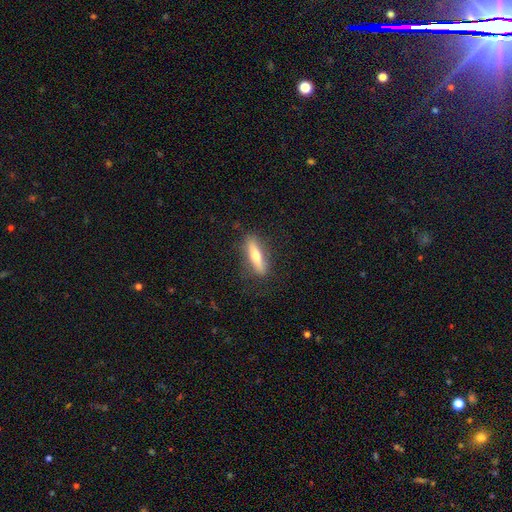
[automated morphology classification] Overall: smooth (58%; featured or disk 36%). How rounded: cigar-shaped (73%). Merging: none (83%).